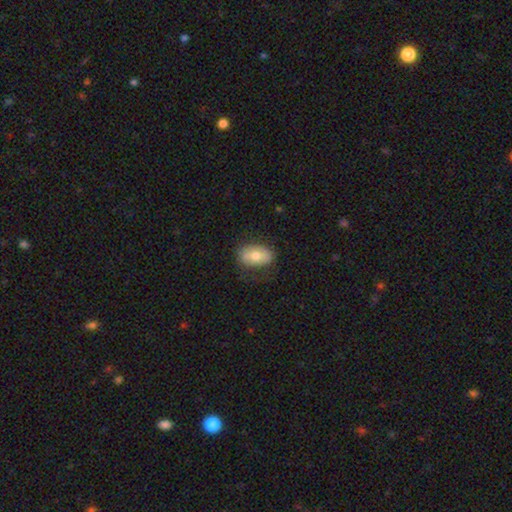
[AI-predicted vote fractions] Overall: smooth (69%). How rounded: in between (88%). Merging: none (74%).